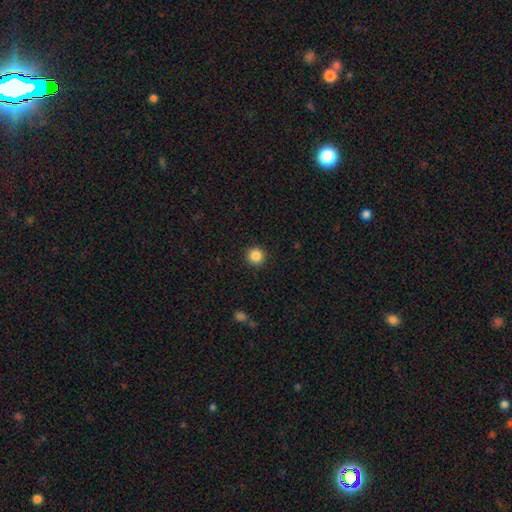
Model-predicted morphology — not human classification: Smooth or featured? smooth (86%)
How rounded? round (94%)
Merging? none (92%)